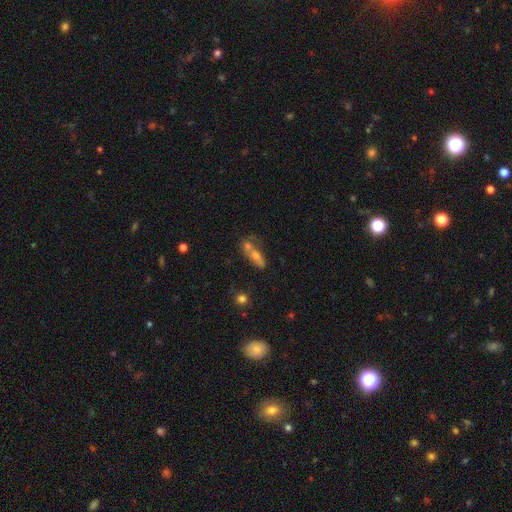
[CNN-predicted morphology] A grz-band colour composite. It shows a smooth galaxy with no disk features (52%) that is in between round and cigar-shaped (51%). Merging: merger (48%).